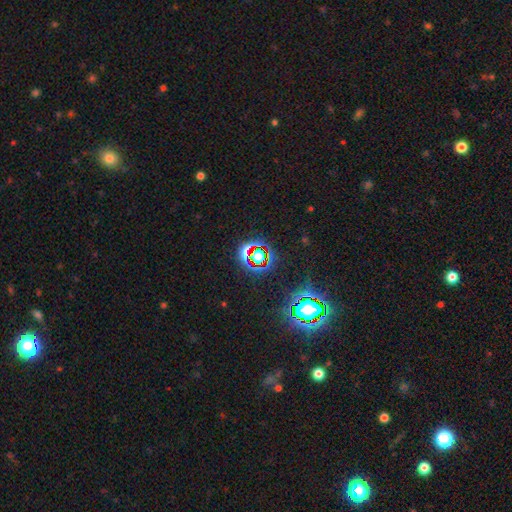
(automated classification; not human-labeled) Overall: star or artifact (71%).